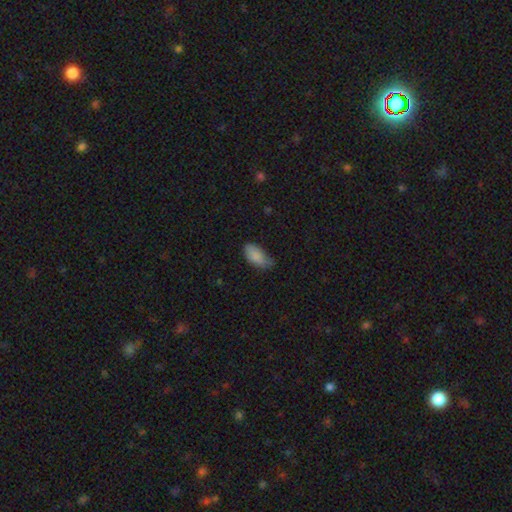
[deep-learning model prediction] Smooth or featured?
  - smooth: 85% *
  - featured or disk: 8%
  - star or artifact: 7%
How rounded?
  - in between: 94% *
  - cigar-shaped: 3%
  - round: 3%
Merging?
  - none: 47% *
  - minor disturbance: 41%
  - major disturbance: 9%
  - merger: 2%